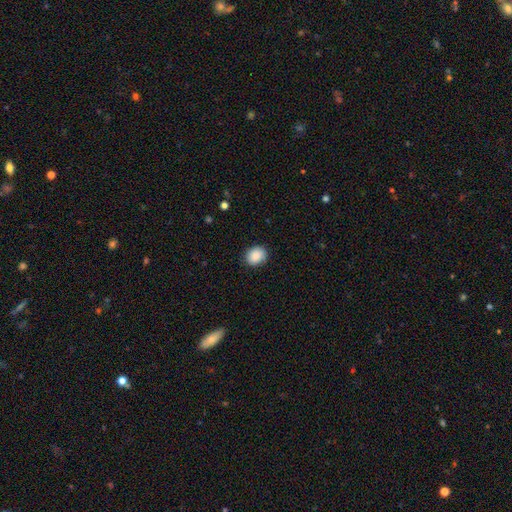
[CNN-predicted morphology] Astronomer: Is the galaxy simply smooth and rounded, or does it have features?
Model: smooth — 88%.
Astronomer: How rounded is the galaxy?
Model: round — 56% (runner-up: in between, 43%).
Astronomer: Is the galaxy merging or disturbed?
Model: none — 84%.